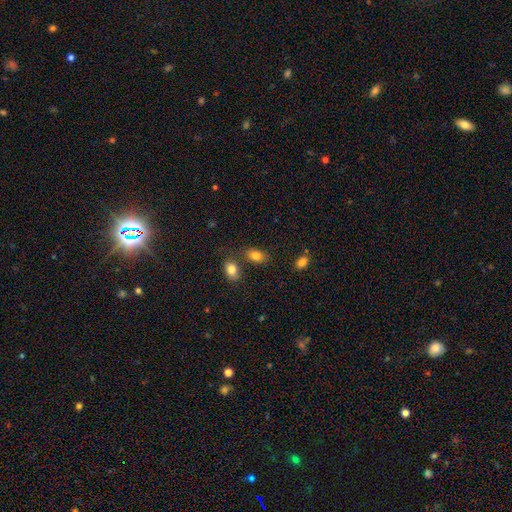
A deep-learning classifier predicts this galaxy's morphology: smooth_or_featured: smooth (p=0.83) [alt: star or artifact p=0.09]
how_rounded: in between (p=0.85) [alt: round p=0.13]
merging: none (p=0.67) [alt: merger p=0.16]